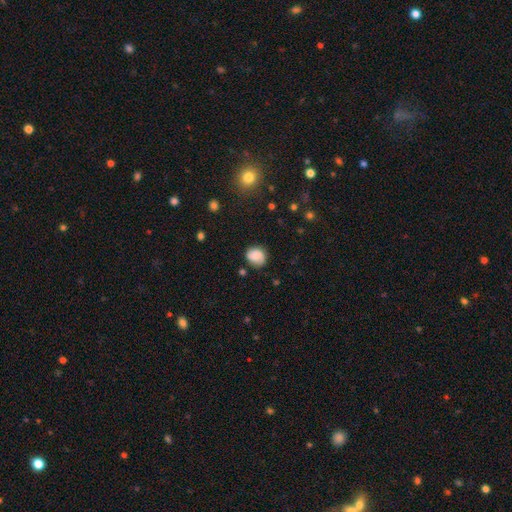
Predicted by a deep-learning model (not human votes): A smooth galaxy with no disk features (77%) that is round (68%).

Vote fractions:
- Smooth or featured? smooth: 77% / featured or disk: 14% / star or artifact: 9%
- How rounded? round: 68% / in between: 31% / cigar-shaped: 1%
- Merging? none: 70% / minor disturbance: 21% / major disturbance: 6% / merger: 2%